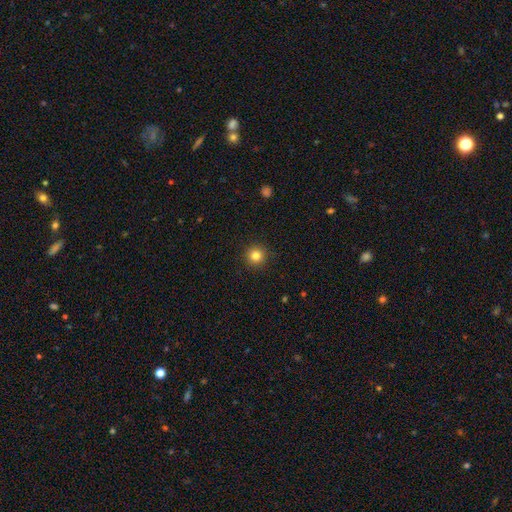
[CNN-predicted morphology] Q: Smooth or featured?
A: smooth (83%); runner-up: star or artifact (12%)
Q: How rounded?
A: round (95%); runner-up: in between (4%)
Q: Merging?
A: none (92%); runner-up: minor disturbance (5%)